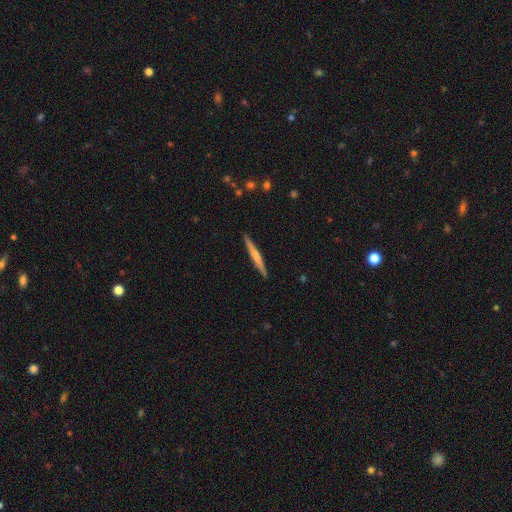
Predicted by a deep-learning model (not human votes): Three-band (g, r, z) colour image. It shows a featured or disk galaxy (51%) viewed edge-on (97%). Merging: none (91%).